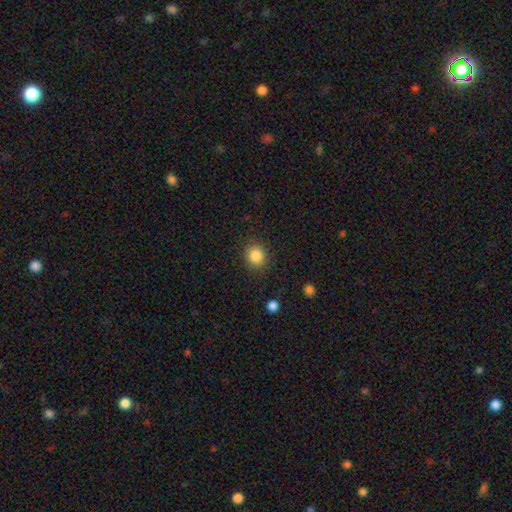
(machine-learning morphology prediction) smooth-or-featured: smooth: 86% | star or artifact: 10% | featured or disk: 4%
  how-rounded: round: 84% | in between: 16% | cigar-shaped: 1%
  merging: none: 88% | minor disturbance: 8% | major disturbance: 3% | merger: 1%